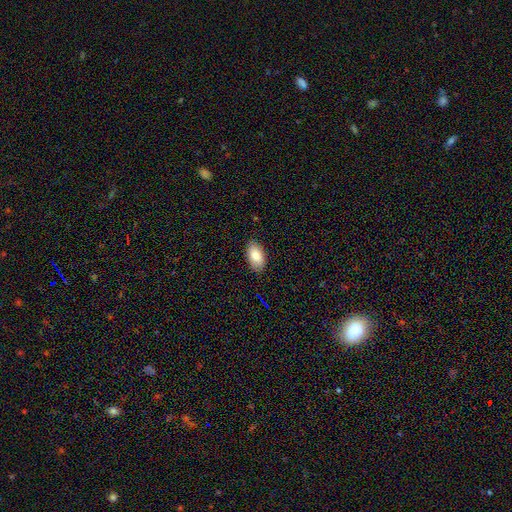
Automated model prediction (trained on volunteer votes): Smooth or featured?
  - smooth: 84% *
  - featured or disk: 9%
  - star or artifact: 7%
How rounded?
  - in between: 94% *
  - round: 3%
  - cigar-shaped: 3%
Merging?
  - none: 87% *
  - minor disturbance: 10%
  - major disturbance: 2%
  - merger: 1%